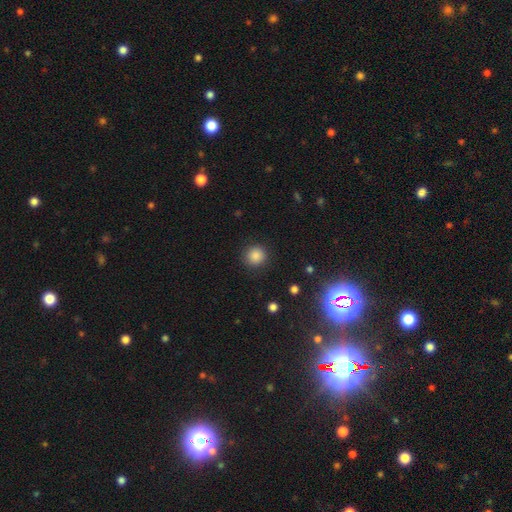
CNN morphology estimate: smooth 86%, star or artifact 11%, featured or disk 4%. Down the decision tree: how rounded — round (93%); merging — none (89%).